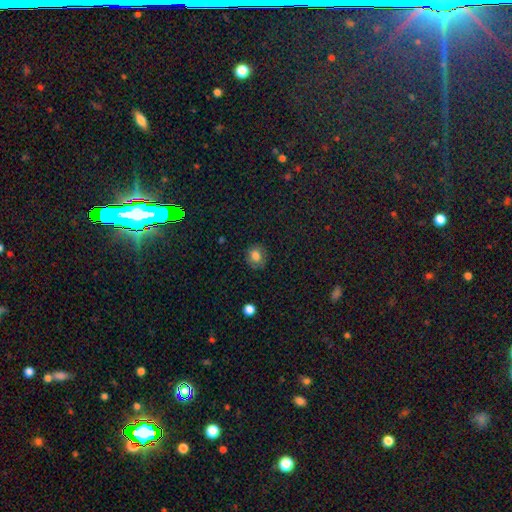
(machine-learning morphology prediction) The model was most divided on "how rounded": round: 77%, in between: 22%, cigar-shaped: 1%. More confident: smooth or featured — smooth (80%); merging — none (79%).